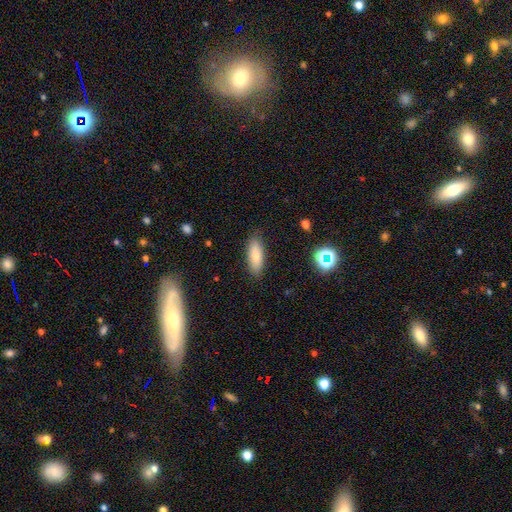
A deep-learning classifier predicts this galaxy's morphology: smooth 80%, featured or disk 12%, star or artifact 8%. Down the decision tree: how rounded — in between (69%); merging — none (86%).